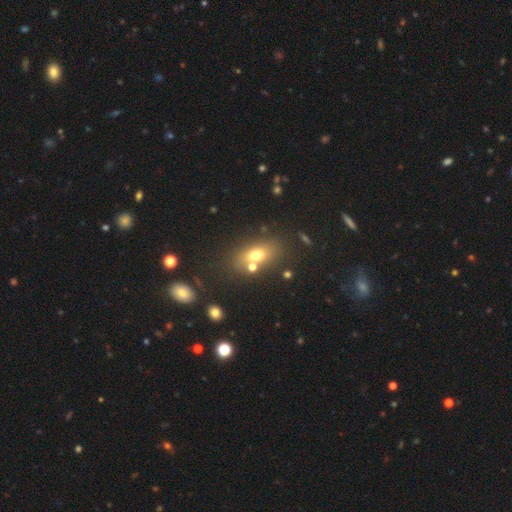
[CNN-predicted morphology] smooth_or_featured: smooth (p=0.66) [alt: featured or disk p=0.20]
how_rounded: in between (p=0.74) [alt: round p=0.19]
merging: none (p=0.66) [alt: merger p=0.18]